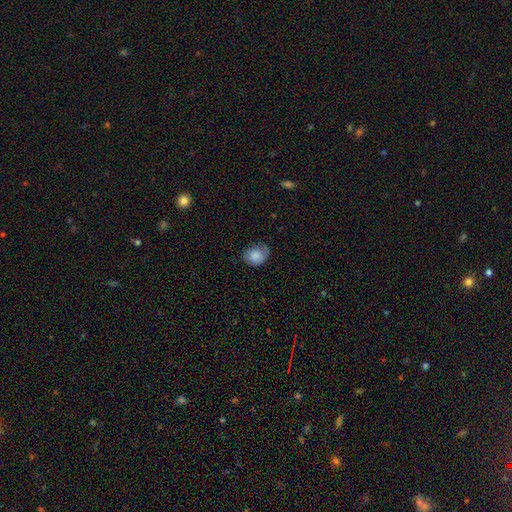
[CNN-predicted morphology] smooth_or_featured: smooth (p=0.81) [alt: featured or disk p=0.11]
how_rounded: round (p=0.53) [alt: in between p=0.46]
merging: none (p=0.63) [alt: minor disturbance p=0.28]